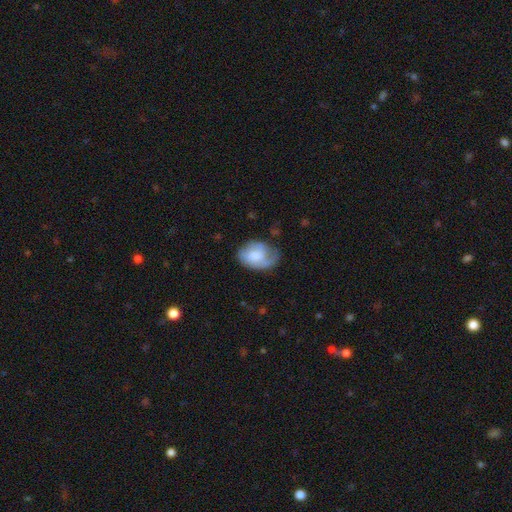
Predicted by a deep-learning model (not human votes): smooth 57%, featured or disk 36%, star or artifact 7%. Down the decision tree: how rounded — in between (75%); merging — none (46%).